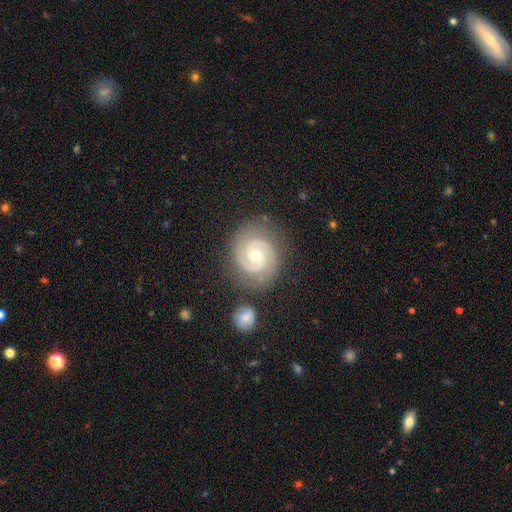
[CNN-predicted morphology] Smooth or featured? featured or disk (90%)
Edge-on disk? no (98%)
Bar? no (64%)
Spiral arms? yes (98%)
Spiral winding? tight (64%)
Spiral arm count? 2 (91%)
Bulge size? moderate (55%)
Merging? none (79%)